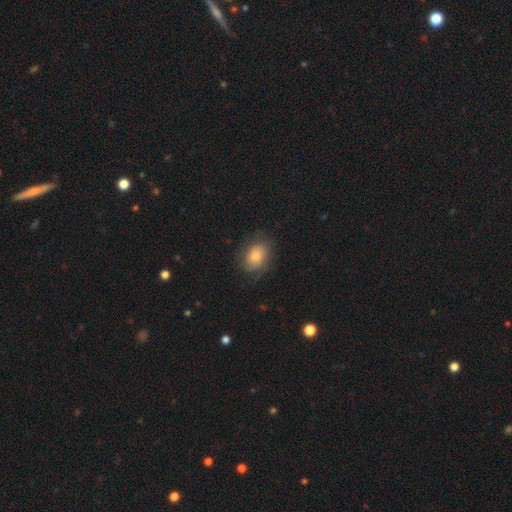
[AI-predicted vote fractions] A smooth galaxy with no disk features (56%) that is in between round and cigar-shaped (63%). Merging: none (70%).